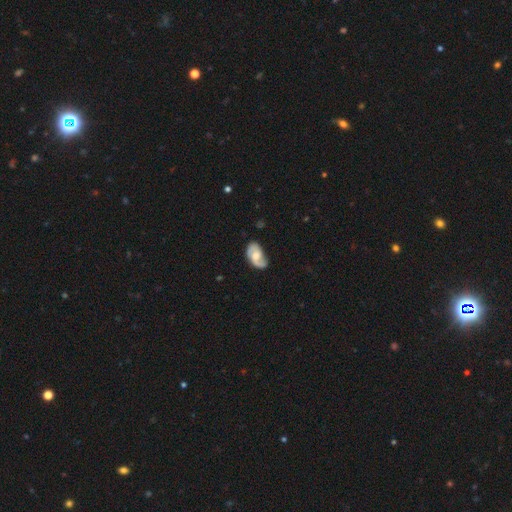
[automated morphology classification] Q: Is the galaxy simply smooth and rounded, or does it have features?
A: featured or disk — 69%.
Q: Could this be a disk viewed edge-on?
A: no — 96%.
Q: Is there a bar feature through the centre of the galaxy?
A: no — 58%.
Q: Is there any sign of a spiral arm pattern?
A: yes — 91%.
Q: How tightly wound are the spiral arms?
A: medium — 42%.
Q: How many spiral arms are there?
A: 2 — 72%.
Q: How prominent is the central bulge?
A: moderate — 48%.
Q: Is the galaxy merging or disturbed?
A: none — 57%.